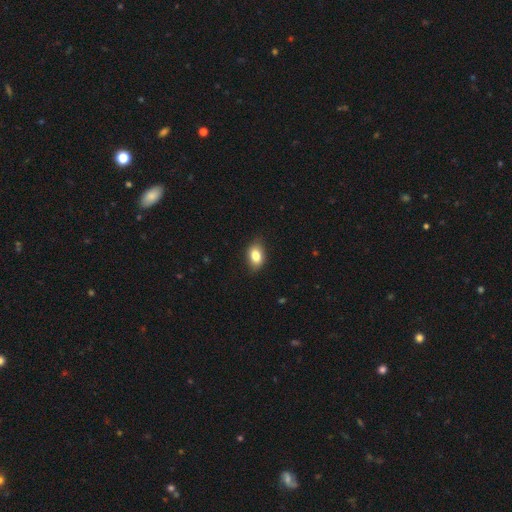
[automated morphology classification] Smooth or featured? smooth (82%)
How rounded? in between (82%)
Merging? none (81%)